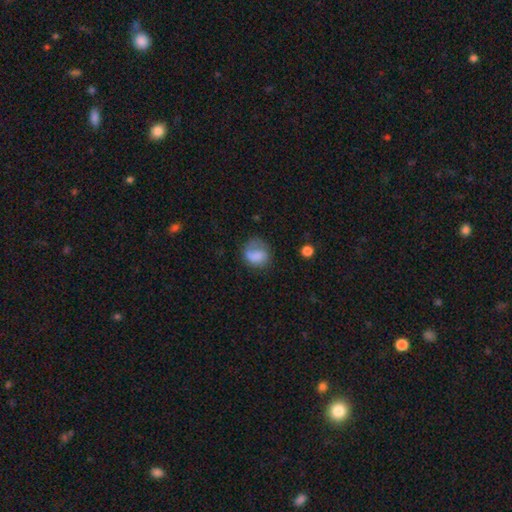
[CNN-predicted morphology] Smooth or featured? smooth (71%)
How rounded? round (64%)
Merging? none (44%)